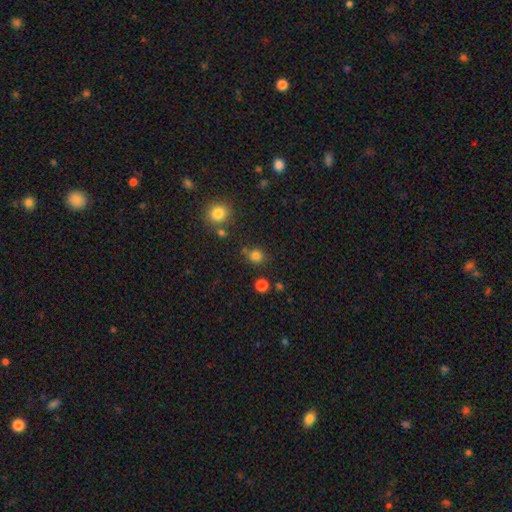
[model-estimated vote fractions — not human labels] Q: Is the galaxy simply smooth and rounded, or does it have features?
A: smooth — 80%.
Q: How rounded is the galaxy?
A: round — 86%.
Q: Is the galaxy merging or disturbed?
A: none — 76%.